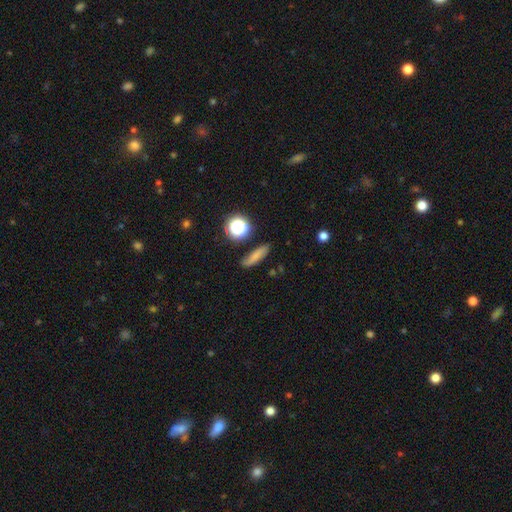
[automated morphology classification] Smooth or featured? Predicted: smooth (p=0.71). How rounded? Predicted: cigar-shaped (p=0.54). Merging? Predicted: none (p=0.78).